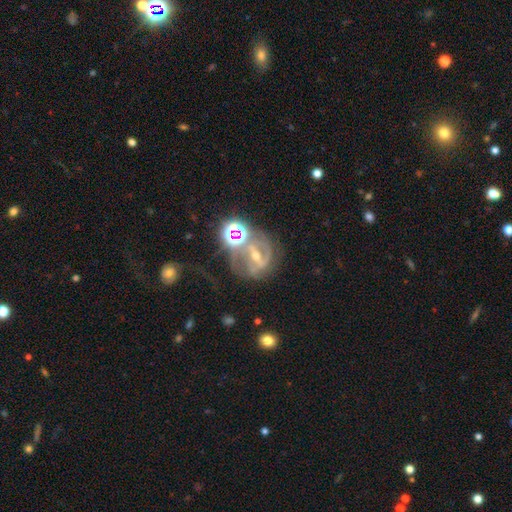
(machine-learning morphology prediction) smooth-or-featured: featured or disk: 64% | star or artifact: 20% | smooth: 16%
  disk-edge-on: no: 96% | yes: 4%
    bar: no: 36% (tied) | weak: 36% (tied) | strong: 28%
    has-spiral-arms: yes: 70% | no: 30%
    bulge-size: small: 50% | moderate: 42% | none: 3% | large: 3% | dominant: 2%
  merging: none: 41% | merger: 30% | minor disturbance: 15% | major disturbance: 15%